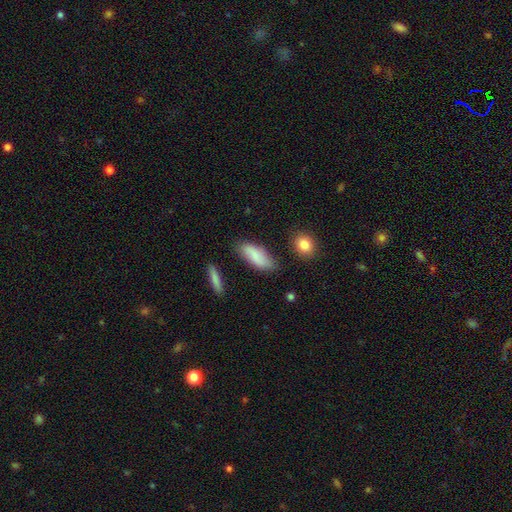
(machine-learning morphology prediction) Smooth or featured?
  - smooth: 76% *
  - featured or disk: 17%
  - star or artifact: 7%
How rounded?
  - in between: 75% *
  - cigar-shaped: 22%
  - round: 3%
Merging?
  - none: 73% *
  - minor disturbance: 19%
  - major disturbance: 4%
  - merger: 4%